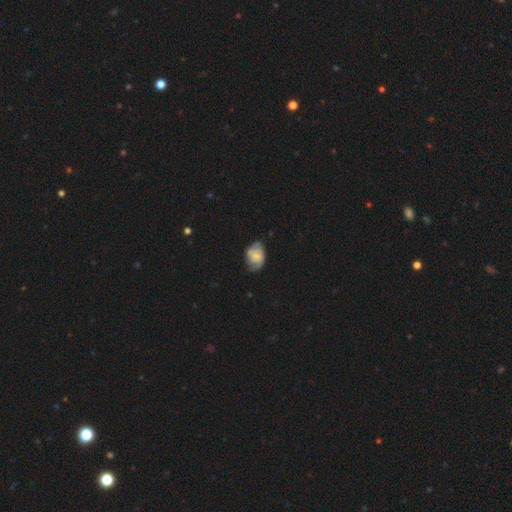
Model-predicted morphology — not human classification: This appears to be a featured or disk galaxy (48%). Merging: none (53%).